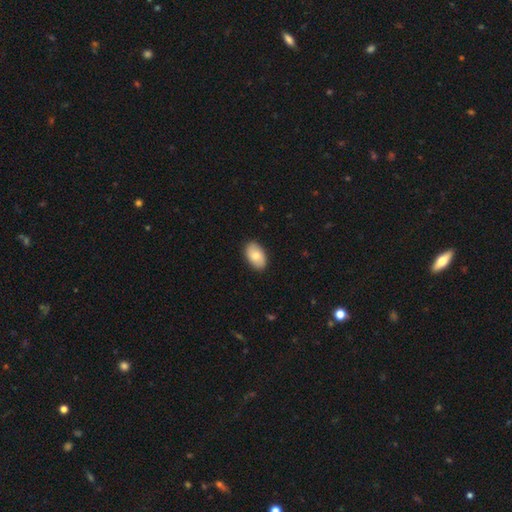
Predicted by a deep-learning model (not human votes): Smooth or featured? smooth (77%)
How rounded? in between (93%)
Merging? none (88%)